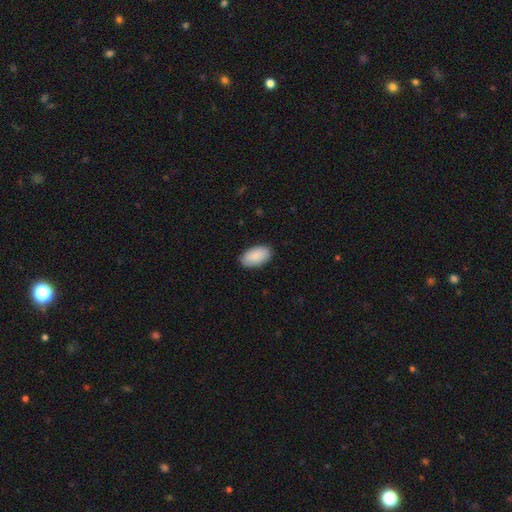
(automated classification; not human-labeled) smooth_or_featured: smooth (p=0.90) [alt: star or artifact p=0.06]
how_rounded: in between (p=0.96) [alt: round p=0.03]
merging: none (p=0.87) [alt: minor disturbance p=0.10]